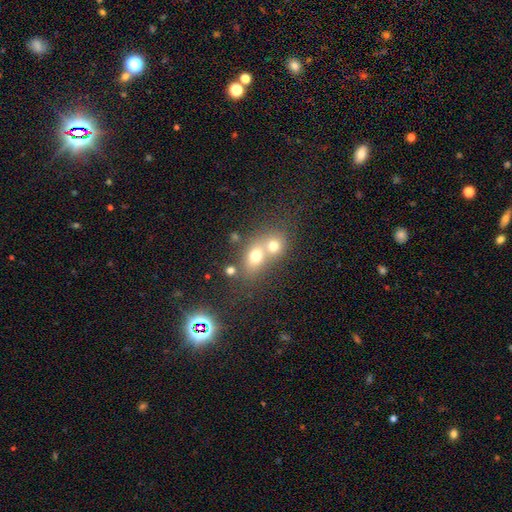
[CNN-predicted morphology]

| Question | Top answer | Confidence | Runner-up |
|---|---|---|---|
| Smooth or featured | smooth | 68% | featured or disk (16%) |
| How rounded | round | 54% | in between (44%) |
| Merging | merger | 61% | none (29%) |